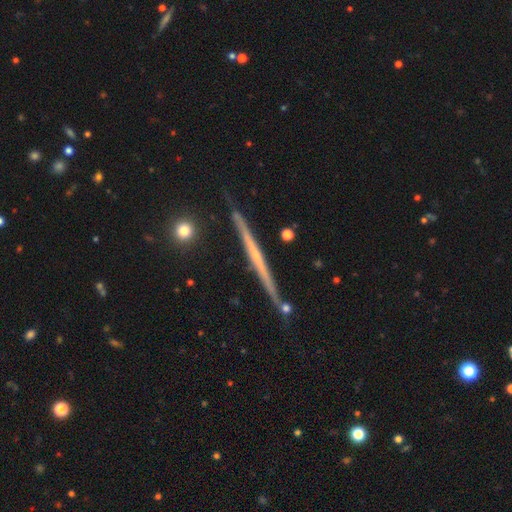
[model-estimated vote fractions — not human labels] This appears to be a featured or disk galaxy (74%) viewed edge-on (98%) with no central bulge (75%). Merging: none (85%).